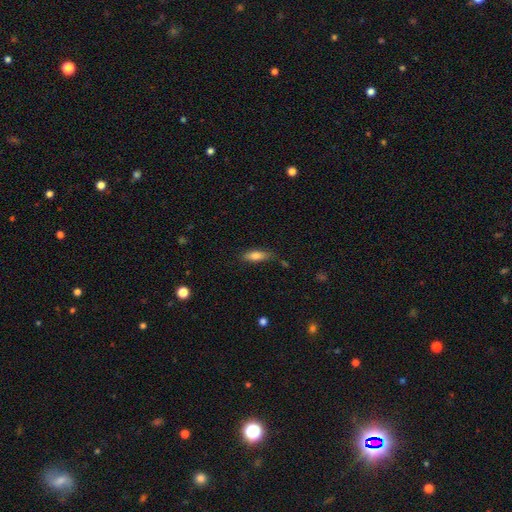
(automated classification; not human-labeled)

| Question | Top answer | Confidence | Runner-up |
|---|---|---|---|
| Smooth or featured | smooth | 77% | featured or disk (15%) |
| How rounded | in between | 56% | cigar-shaped (42%) |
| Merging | none | 74% | minor disturbance (19%) |